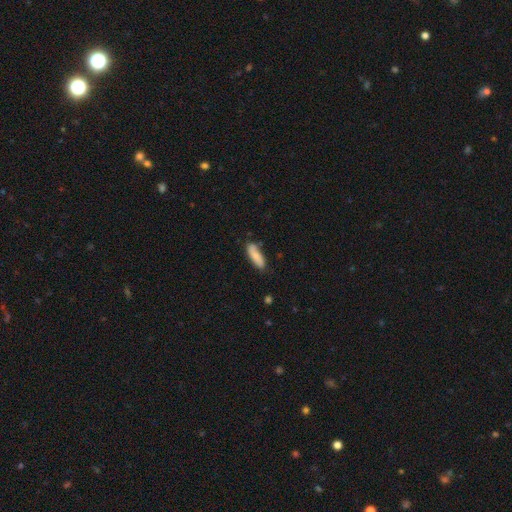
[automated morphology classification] smooth 78%, featured or disk 15%, star or artifact 6%. Down the decision tree: how rounded — in between (55%); merging — none (74%).